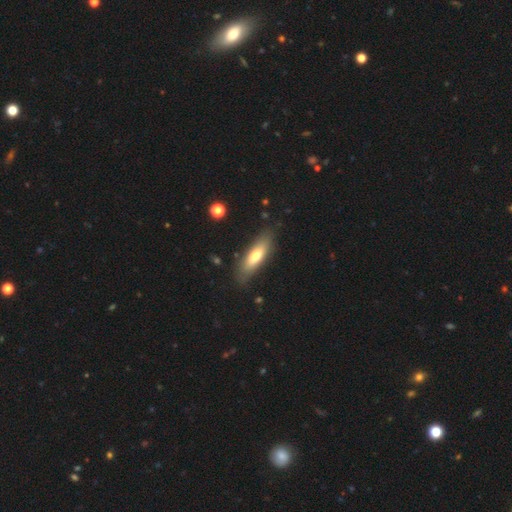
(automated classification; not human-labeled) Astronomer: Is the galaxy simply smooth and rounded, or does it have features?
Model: smooth — 65%.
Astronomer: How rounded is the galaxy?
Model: in between — 50% (runner-up: cigar-shaped, 48%).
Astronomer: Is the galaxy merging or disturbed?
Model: none — 84%.